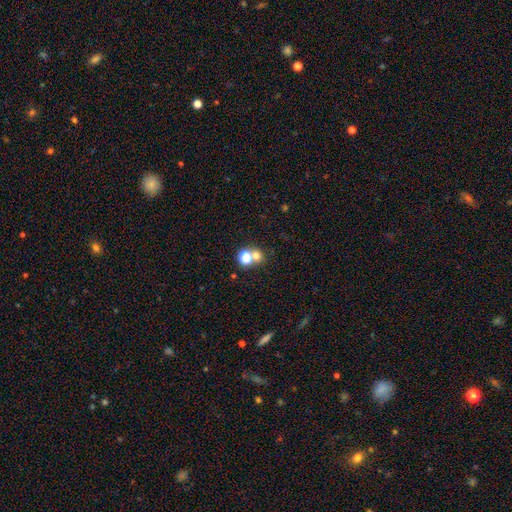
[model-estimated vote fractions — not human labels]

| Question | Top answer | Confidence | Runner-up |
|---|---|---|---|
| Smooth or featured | smooth | 67% | star or artifact (23%) |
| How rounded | round | 80% | in between (19%) |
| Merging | none | 51% | merger (39%) |